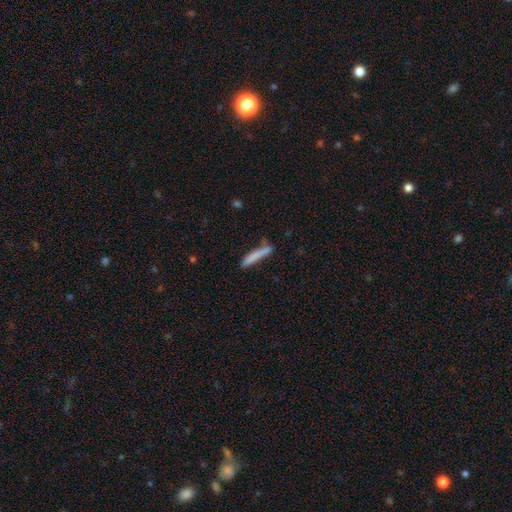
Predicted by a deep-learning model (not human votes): A smooth galaxy with no disk features (77%) that is cigar-shaped (93%).

Vote fractions:
- Smooth or featured? smooth: 77% / featured or disk: 16% / star or artifact: 7%
- How rounded? cigar-shaped: 93% / in between: 5% / round: 1%
- Merging? none: 68% / minor disturbance: 19% / merger: 8% / major disturbance: 5%